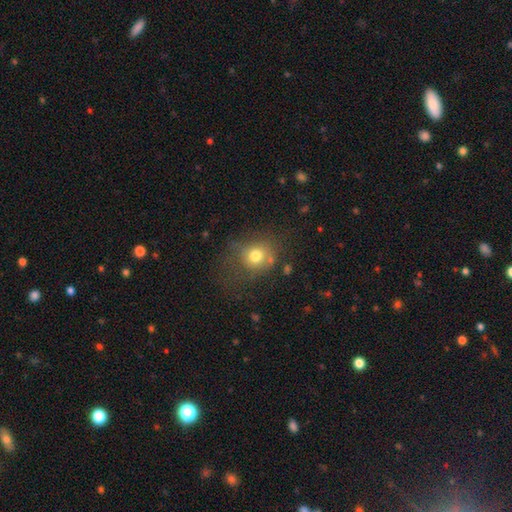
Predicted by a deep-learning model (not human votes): A smooth galaxy with no disk features (75%) that is round (78%). Merging: none (56%).